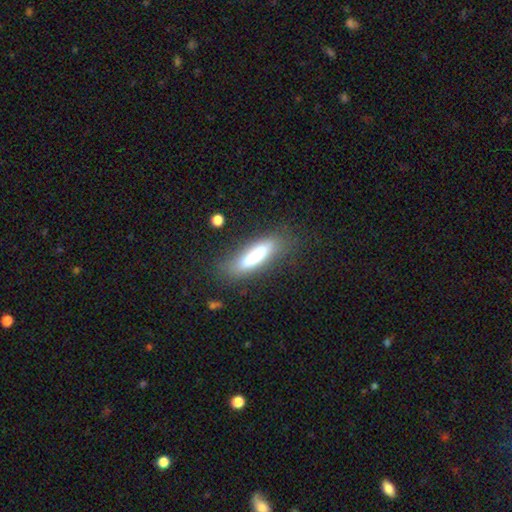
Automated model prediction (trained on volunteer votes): smooth_or_featured: smooth (p=0.64) [alt: featured or disk p=0.28]
how_rounded: cigar-shaped (p=0.73) [alt: in between p=0.25]
merging: none (p=0.69) [alt: minor disturbance p=0.19]